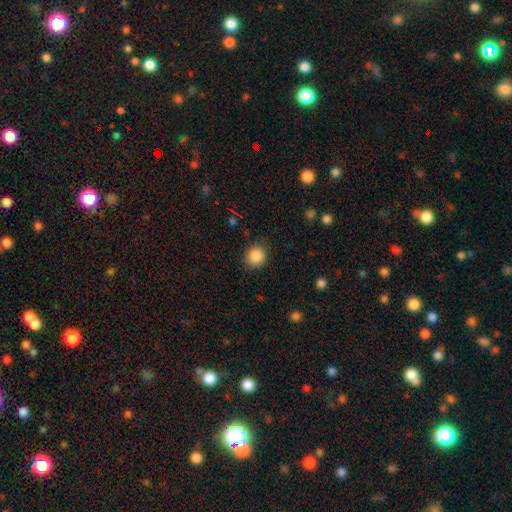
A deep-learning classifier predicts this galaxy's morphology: Smooth or featured: smooth — 87% (star or artifact — 9%)
How rounded: round — 80% (in between — 19%)
Merging: none — 87% (minor disturbance — 9%)